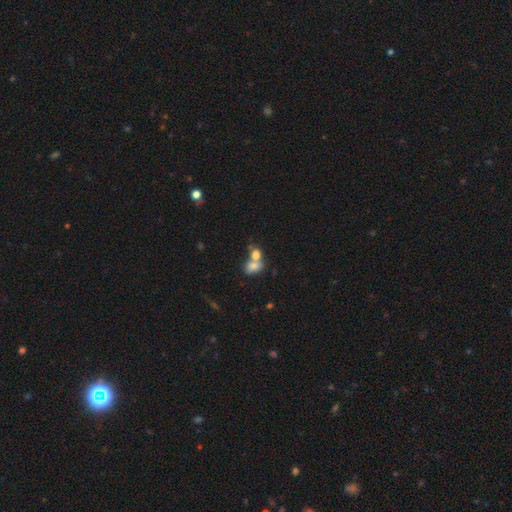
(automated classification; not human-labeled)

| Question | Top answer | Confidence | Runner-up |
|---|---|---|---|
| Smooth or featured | smooth | 76% | featured or disk (13%) |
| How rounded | in between | 64% | round (35%) |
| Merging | merger | 63% | none (25%) |